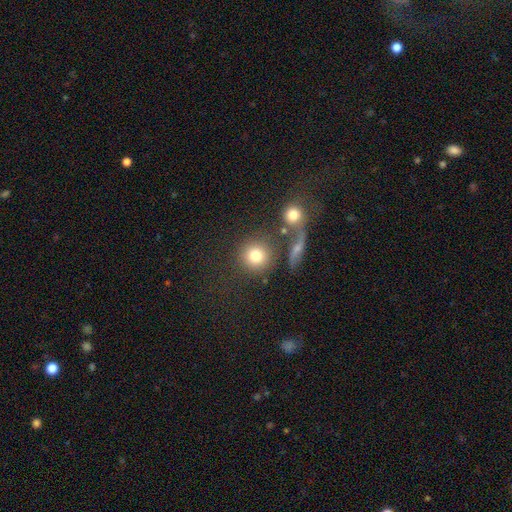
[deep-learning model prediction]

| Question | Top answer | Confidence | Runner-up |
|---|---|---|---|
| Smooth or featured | smooth | 79% | featured or disk (11%) |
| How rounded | round | 92% | in between (7%) |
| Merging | none | 73% | merger (12%) |